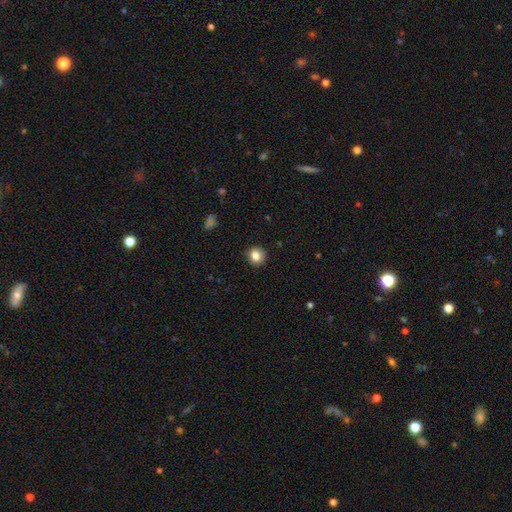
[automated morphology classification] Overall: smooth (83%). How rounded: round (87%). Merging: none (89%).